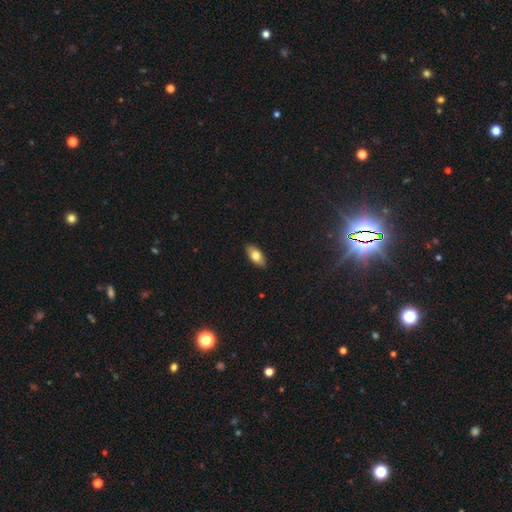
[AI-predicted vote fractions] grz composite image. It shows a smooth galaxy with no disk features (75%) that is in between round and cigar-shaped (90%). Merging: none (88%).